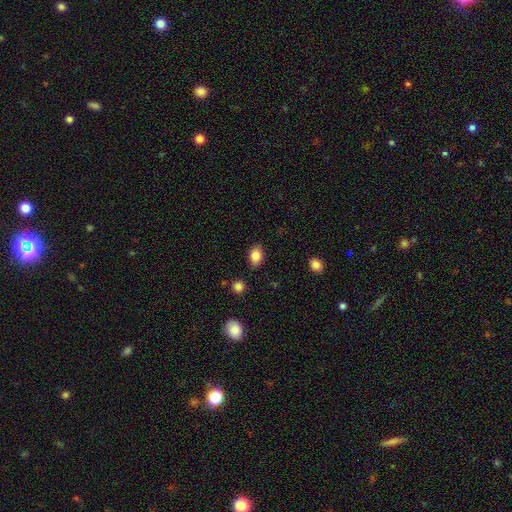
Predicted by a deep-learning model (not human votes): Overall: smooth (86%). How rounded: in between (80%). Merging: none (84%).